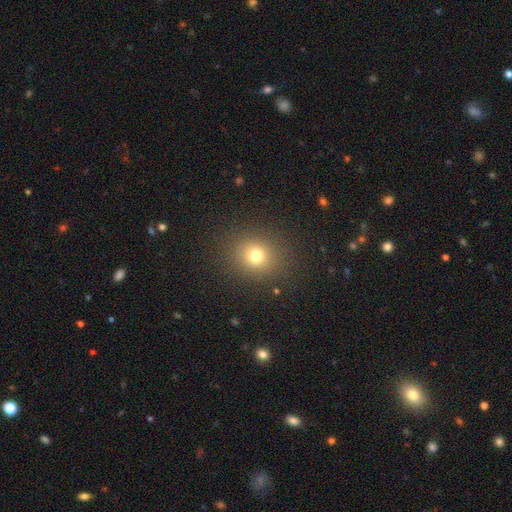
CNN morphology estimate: A smooth galaxy with no disk features (74%) that is round (80%). Merging: none (88%).